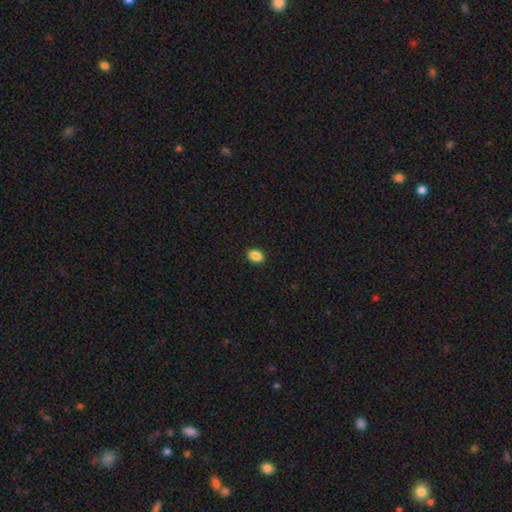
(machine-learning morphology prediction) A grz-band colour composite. It shows a smooth galaxy with no disk features (88%) that is in between round and cigar-shaped (83%). Merging: none (91%).